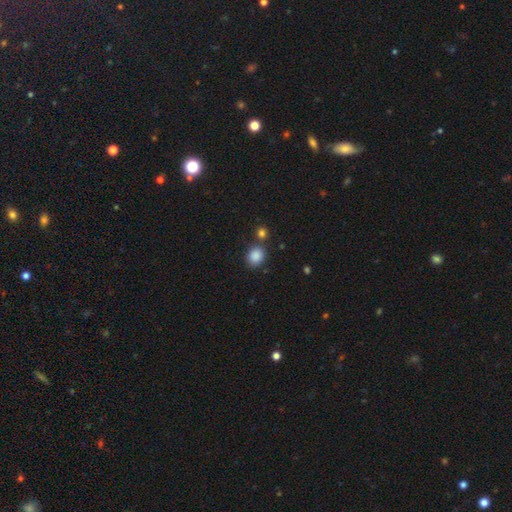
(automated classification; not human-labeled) This is clearly a smooth galaxy (86%). How rounded: likely round (67%). Merging: likely none (72%).